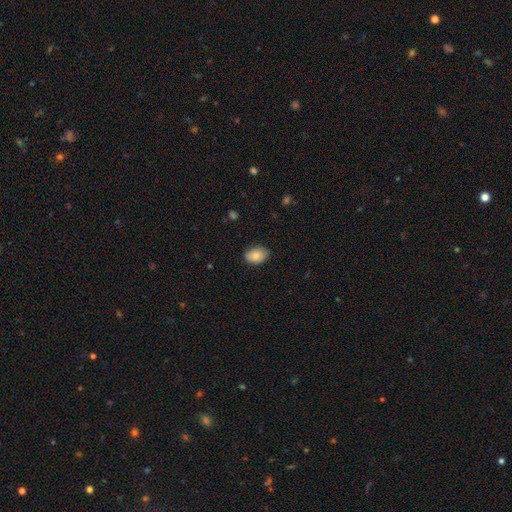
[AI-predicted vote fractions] This appears to be a smooth galaxy with no disk features (83%) that is in between round and cigar-shaped (84%). Merging: none (80%).